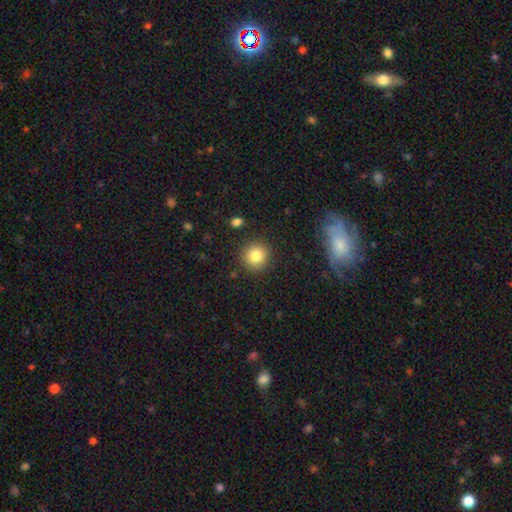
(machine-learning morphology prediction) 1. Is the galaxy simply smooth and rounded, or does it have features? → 82% smooth, 10% star or artifact, 7% featured or disk.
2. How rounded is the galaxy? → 92% round, 7% in between, 1% cigar-shaped.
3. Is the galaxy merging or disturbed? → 89% none, 7% minor disturbance, 2% major disturbance, 2% merger.